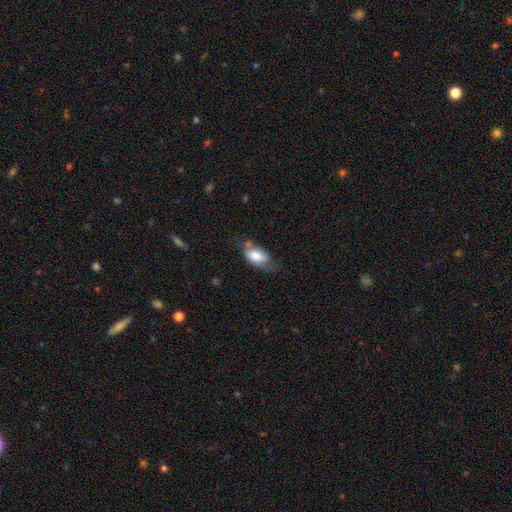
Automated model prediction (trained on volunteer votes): smooth_or_featured: smooth (p=0.70) [alt: featured or disk p=0.23]
how_rounded: in between (p=0.91) [alt: round p=0.05]
merging: none (p=0.42) [alt: minor disturbance p=0.34]